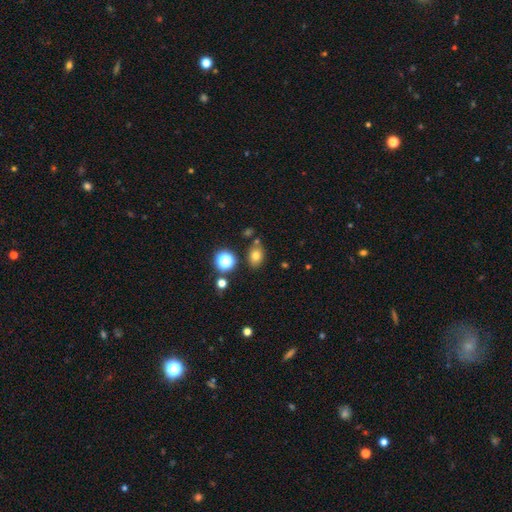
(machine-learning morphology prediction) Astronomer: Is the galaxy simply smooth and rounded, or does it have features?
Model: smooth — 74%.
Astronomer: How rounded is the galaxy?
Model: in between — 64%.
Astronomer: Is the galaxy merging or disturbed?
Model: none — 76%.